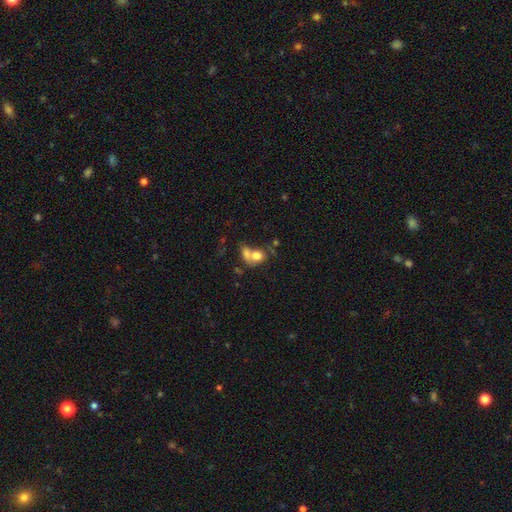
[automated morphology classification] The model was most divided on "how rounded": round: 54%, in between: 44%, cigar-shaped: 2%. More confident: smooth or featured — smooth (71%); merging — merger (62%).